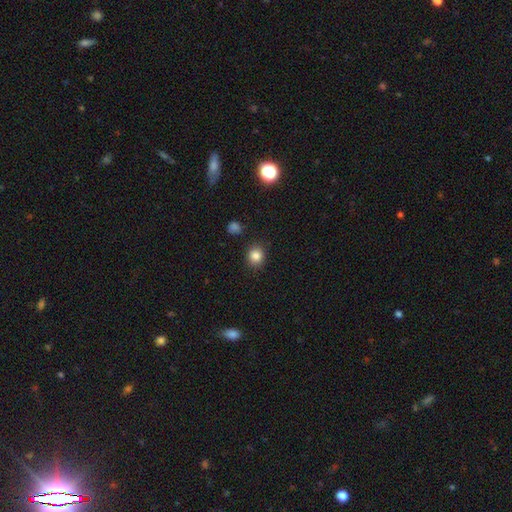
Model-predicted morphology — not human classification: This appears to be a smooth galaxy with no disk features (84%) that is round (78%). Merging: none (88%).